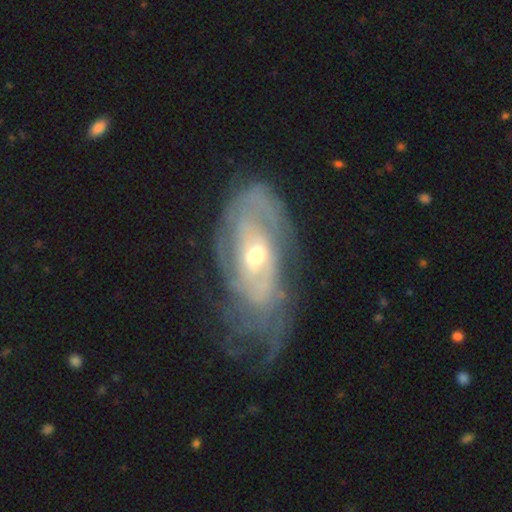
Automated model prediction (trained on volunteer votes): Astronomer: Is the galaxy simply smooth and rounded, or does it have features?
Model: featured or disk — 82%.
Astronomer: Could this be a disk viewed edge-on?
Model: no — 93%.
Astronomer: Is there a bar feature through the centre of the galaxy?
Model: no — 52% (runner-up: weak, 36%).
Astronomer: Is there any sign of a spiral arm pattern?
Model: yes — 85%.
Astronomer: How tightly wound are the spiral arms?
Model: tight — 61%.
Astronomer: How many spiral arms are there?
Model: can't tell — 49% (runner-up: 2, 26%).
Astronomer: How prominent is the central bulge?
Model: moderate — 61%.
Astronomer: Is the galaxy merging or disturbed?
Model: none — 47% (runner-up: minor disturbance, 26%).